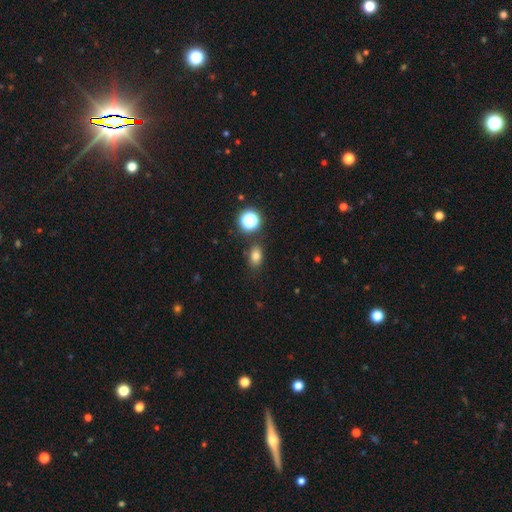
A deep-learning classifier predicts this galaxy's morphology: Smooth or featured? Predicted: smooth (p=0.76). How rounded? Predicted: in between (p=0.73). Merging? Predicted: none (p=0.81).